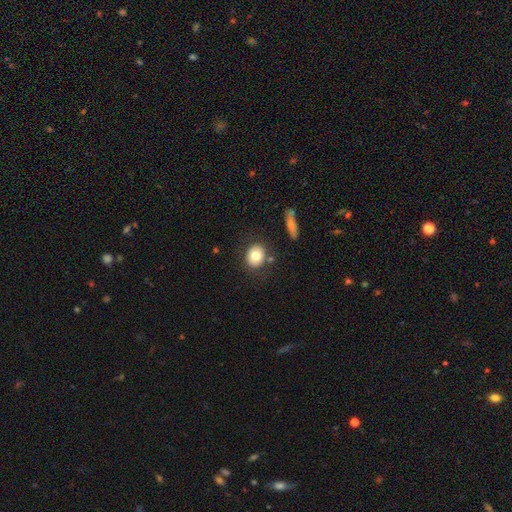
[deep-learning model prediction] Smooth or featured?
  - smooth: 77% *
  - featured or disk: 14%
  - star or artifact: 8%
How rounded?
  - round: 70% *
  - in between: 29%
  - cigar-shaped: 1%
Merging?
  - none: 80% *
  - minor disturbance: 10%
  - merger: 6%
  - major disturbance: 3%